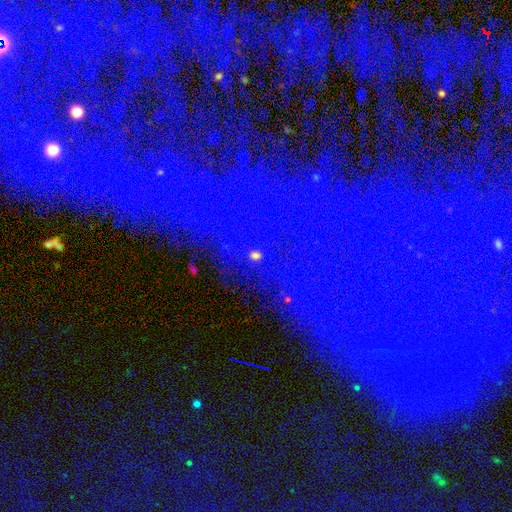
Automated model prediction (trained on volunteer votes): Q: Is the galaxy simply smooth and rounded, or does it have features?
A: star or artifact — 71%.